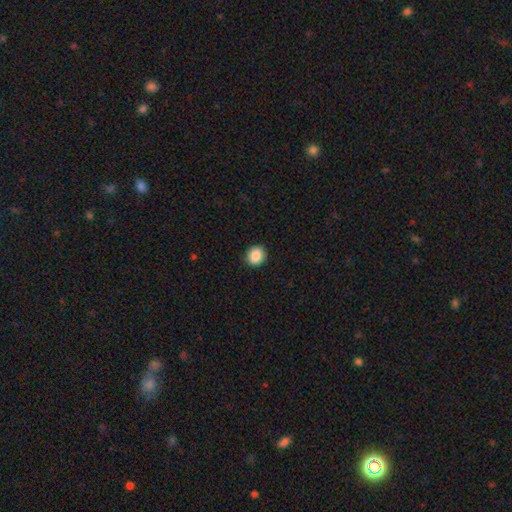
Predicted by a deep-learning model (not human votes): smooth_or_featured: smooth (p=0.87) [alt: star or artifact p=0.08]
how_rounded: round (p=0.79) [alt: in between p=0.20]
merging: none (p=0.90) [alt: minor disturbance p=0.07]